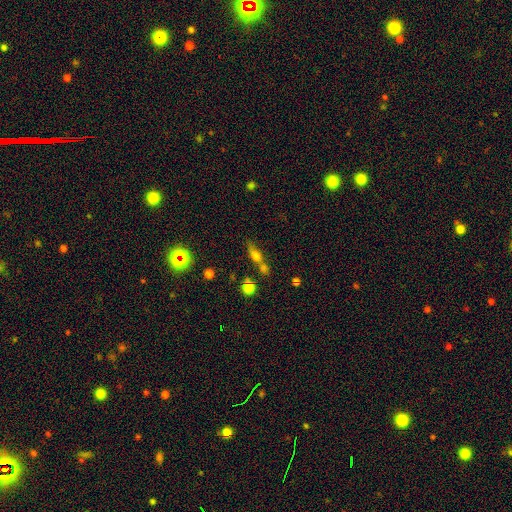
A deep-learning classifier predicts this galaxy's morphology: type=smooth (56%); roundness=in between (45%); merging=none (49%).